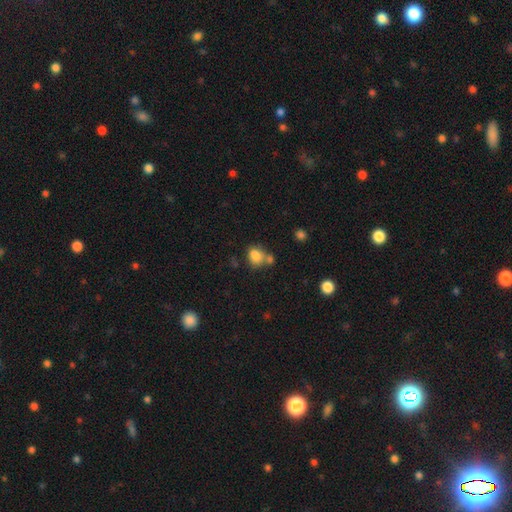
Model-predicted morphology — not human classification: smooth-or-featured: smooth: 82% | star or artifact: 11% | featured or disk: 7%
  how-rounded: round: 53% | in between: 46% | cigar-shaped: 1%
  merging: none: 49% | merger: 29% | minor disturbance: 16% | major disturbance: 6%